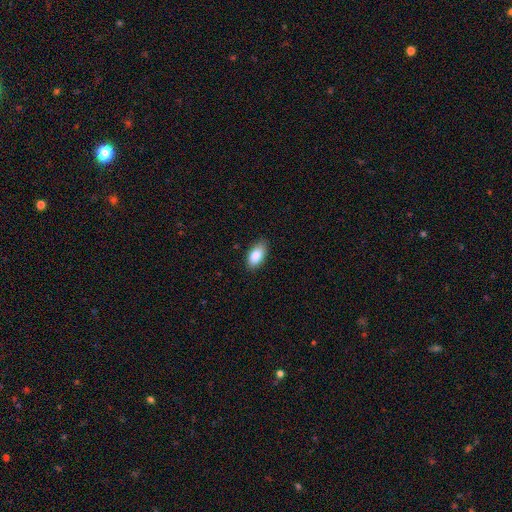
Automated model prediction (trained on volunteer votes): A smooth galaxy with no disk features (85%) that is in between round and cigar-shaped (92%). Merging: none (84%).